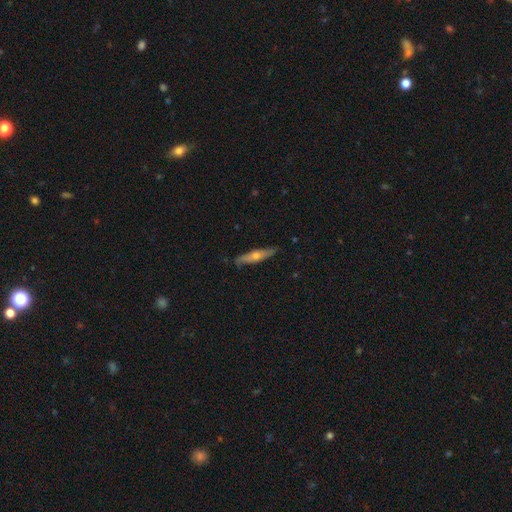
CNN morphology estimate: Overall: featured or disk (52%; smooth 42%). Edge-on disk: yes (81%). Merging: none (84%).